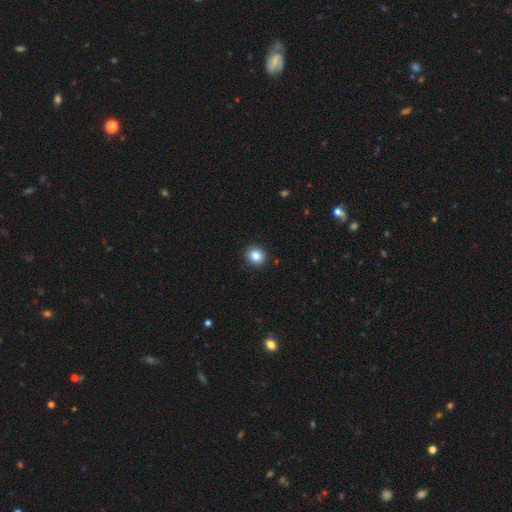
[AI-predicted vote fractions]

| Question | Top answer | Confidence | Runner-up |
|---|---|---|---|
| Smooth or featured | smooth | 85% | star or artifact (10%) |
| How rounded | round | 86% | in between (13%) |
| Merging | none | 92% | minor disturbance (6%) |